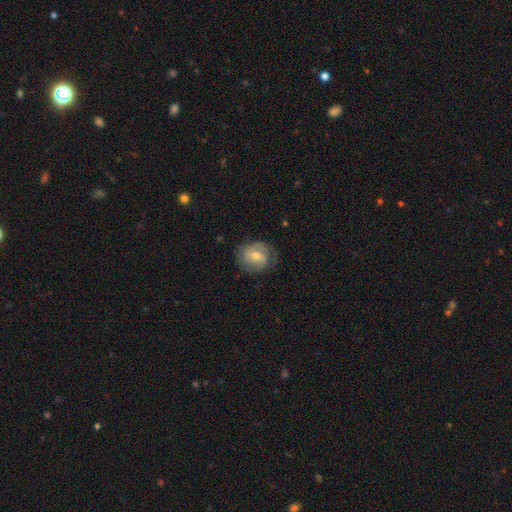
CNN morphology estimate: Smooth or featured?
  - featured or disk: 58% *
  - smooth: 34%
  - star or artifact: 8%
Edge-on disk?
  - no: 97% *
  - yes: 3%
Bar?
  - no: 47% *
  - weak: 42%
  - strong: 11%
Spiral arms?
  - yes: 81% *
  - no: 19%
Bulge size?
  - moderate: 60% *
  - small: 35%
  - large: 3%
  - none: 1%
  - dominant: 1%
Merging?
  - none: 73% *
  - minor disturbance: 19%
  - major disturbance: 7%
  - merger: 1%